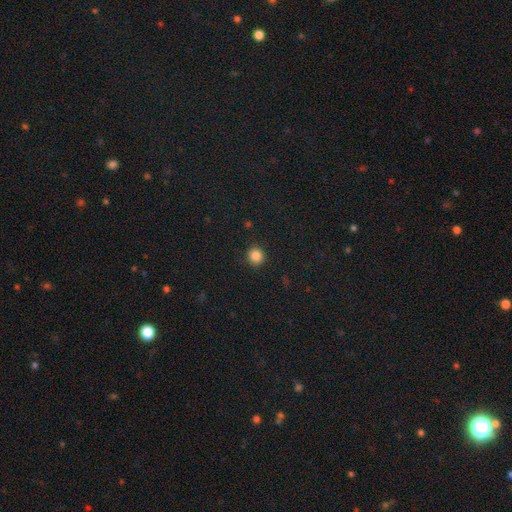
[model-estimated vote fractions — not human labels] Morphology: type=smooth (86%); roundness=round (90%); merging=none (91%).